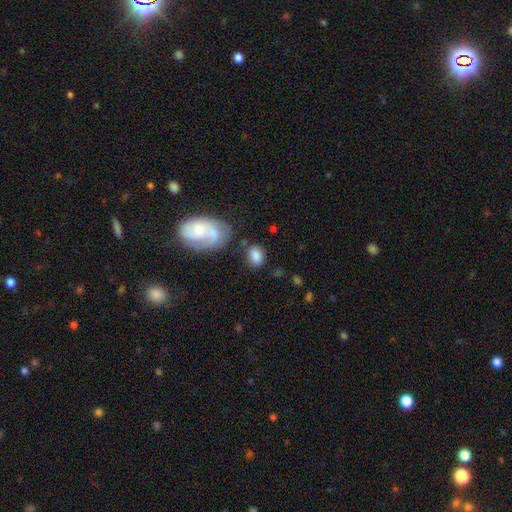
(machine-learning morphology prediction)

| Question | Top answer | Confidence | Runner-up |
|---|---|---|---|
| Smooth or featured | smooth | 79% | featured or disk (14%) |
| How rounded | in between | 73% | round (26%) |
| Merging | none | 65% | minor disturbance (17%) |